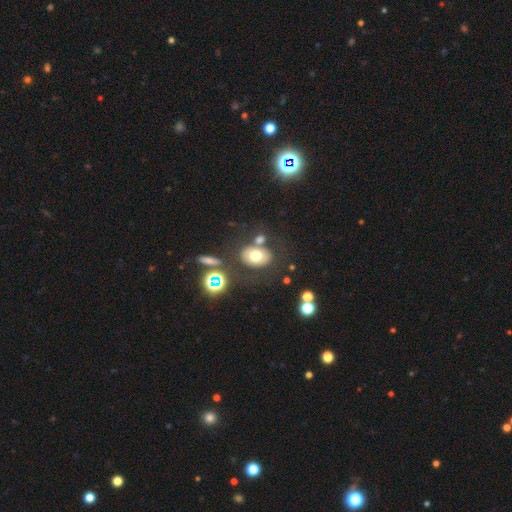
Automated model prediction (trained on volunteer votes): Smooth or featured?
  - smooth: 67% *
  - featured or disk: 19%
  - star or artifact: 14%
How rounded?
  - in between: 59% *
  - round: 40%
  - cigar-shaped: 1%
Merging?
  - none: 68% *
  - merger: 13%
  - minor disturbance: 13%
  - major disturbance: 7%